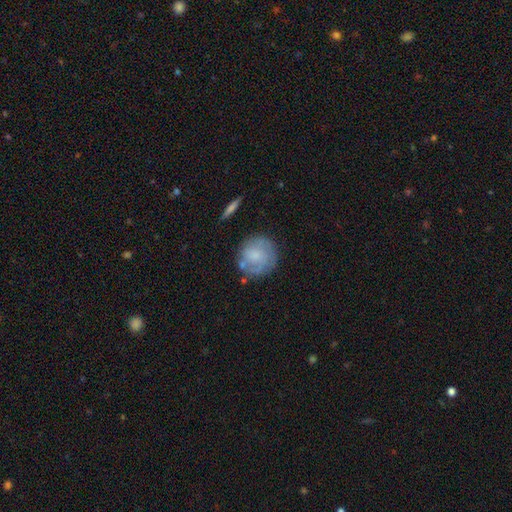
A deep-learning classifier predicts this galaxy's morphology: type=smooth (53%); roundness=round (89%); merging=none (70%).